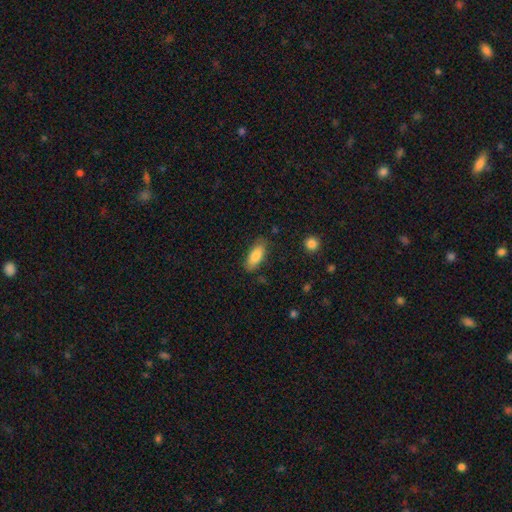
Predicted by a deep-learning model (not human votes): Smooth or featured: smooth — 83% (featured or disk — 10%)
How rounded: in between — 81% (cigar-shaped — 17%)
Merging: none — 81% (minor disturbance — 15%)